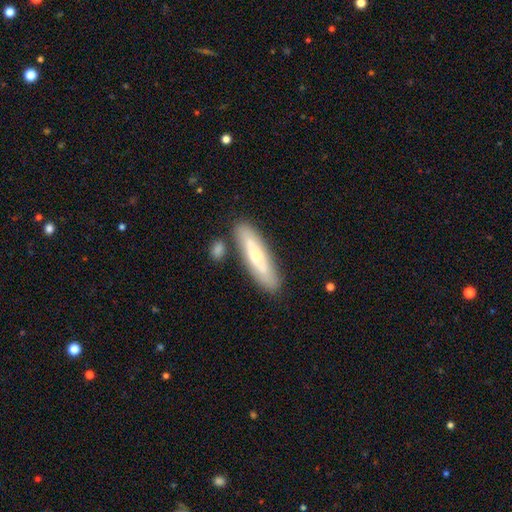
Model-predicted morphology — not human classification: smooth_or_featured: featured or disk (p=0.47) [tied with: smooth p=0.47]
merging: none (p=0.79) [alt: minor disturbance p=0.11]